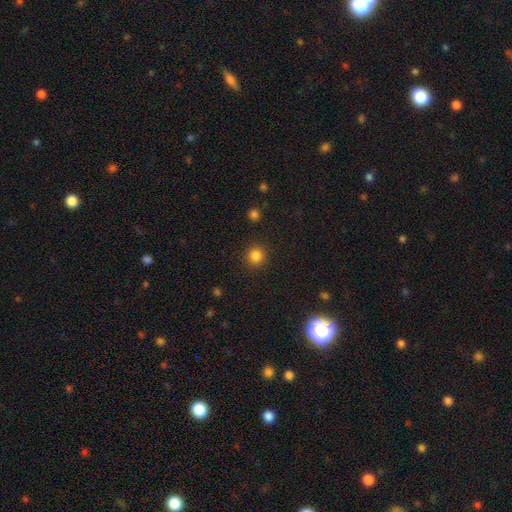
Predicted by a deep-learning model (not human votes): The model was most divided on "smooth or featured": smooth: 84%, star or artifact: 12%, featured or disk: 4%. More confident: how rounded — round (91%); merging — none (89%).